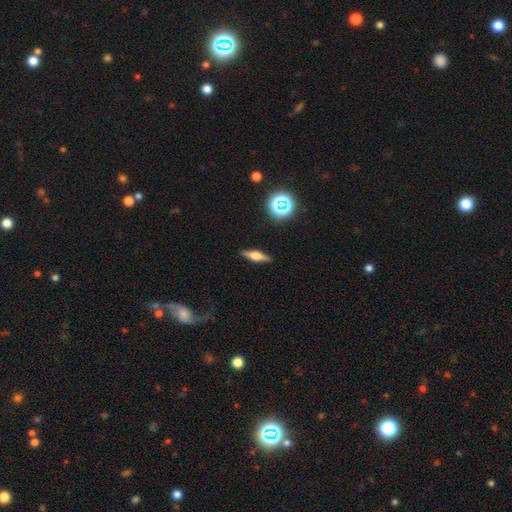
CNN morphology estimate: Smooth or featured? featured or disk (50%)
Edge-on disk? yes (93%)
Merging? none (88%)